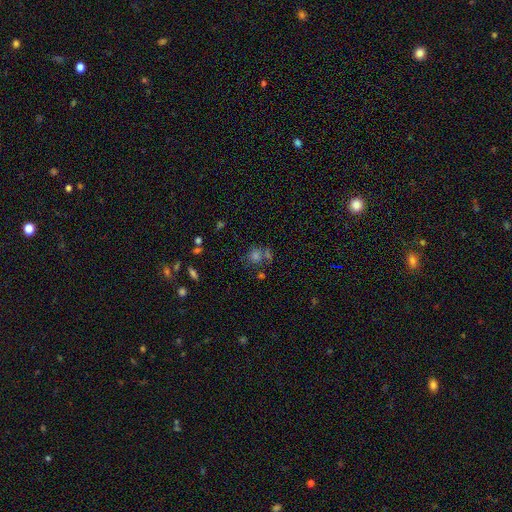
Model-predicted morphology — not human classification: A smooth galaxy with no disk features (59%) that is round (80%).

Vote fractions:
- Smooth or featured? smooth: 59% / star or artifact: 27% / featured or disk: 14%
- How rounded? round: 80% / in between: 18% / cigar-shaped: 1%
- Merging? none: 55% / merger: 22% / minor disturbance: 13% / major disturbance: 9%